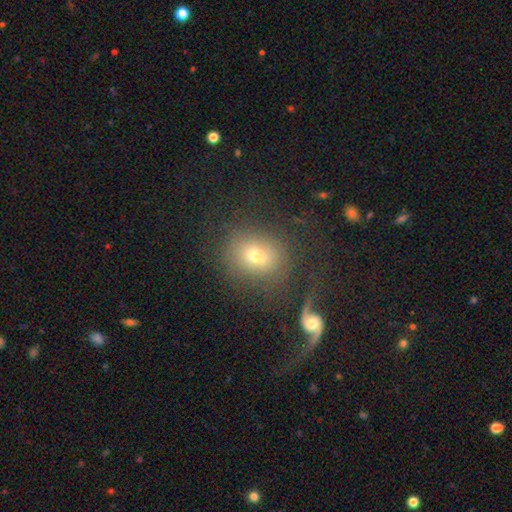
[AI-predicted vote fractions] Morphology: type=smooth (61%); roundness=round (68%); merging=none (69%).